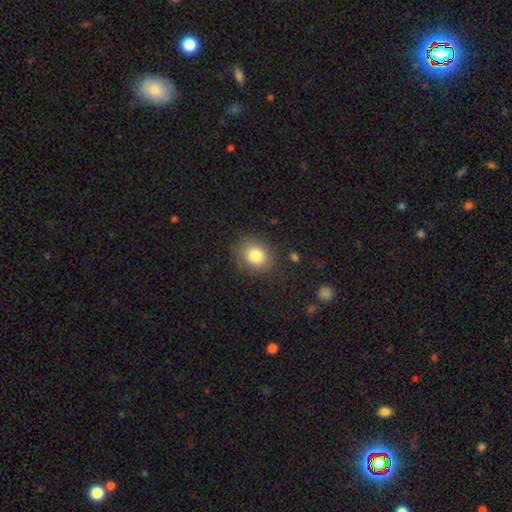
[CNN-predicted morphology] Smooth or featured? smooth (81%)
How rounded? round (62%)
Merging? none (81%)